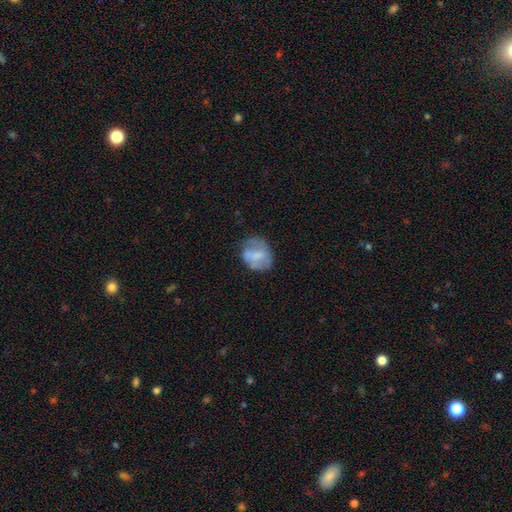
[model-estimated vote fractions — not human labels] smooth 57%, featured or disk 35%, star or artifact 8%. Down the decision tree: how rounded — round (57%); merging — none (56%).